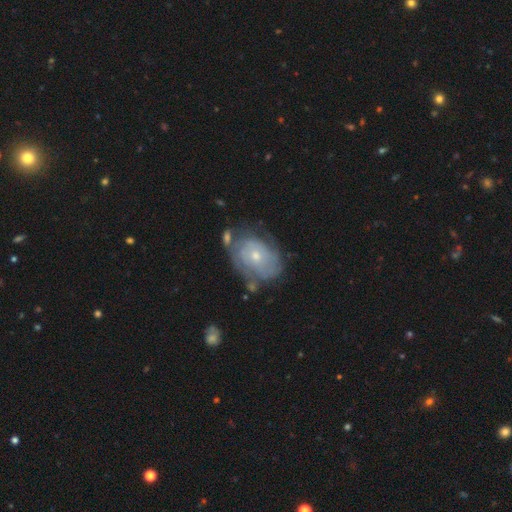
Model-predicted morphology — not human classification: Overall: featured or disk (68%). Edge-on disk: no (96%). Bar: no (82%). Spiral arms: yes (73%). Bulge size: small (56%; moderate 41%). Merging: none (55%; minor disturbance 25%).